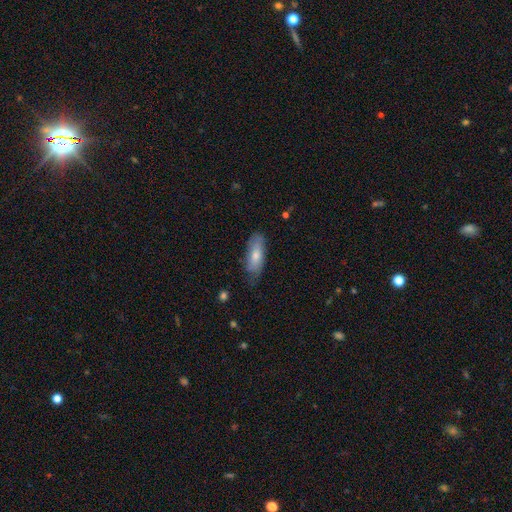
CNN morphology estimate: Smooth or featured? smooth (73%)
How rounded? in between (74%)
Merging? none (66%)